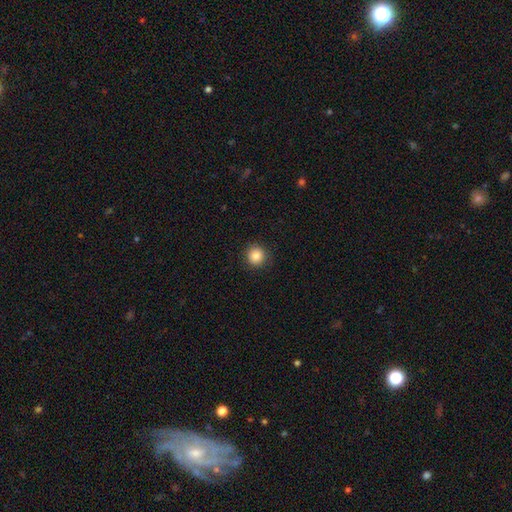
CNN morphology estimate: Smooth or featured? Predicted: smooth (p=0.86). How rounded? Predicted: round (p=0.94). Merging? Predicted: none (p=0.91).